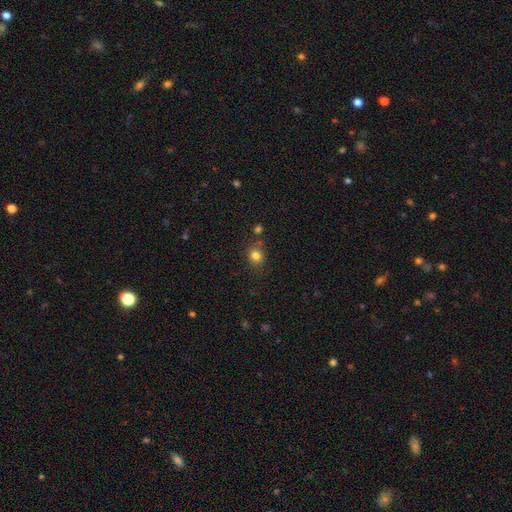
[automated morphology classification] Smooth or featured: smooth — 80% (star or artifact — 14%)
How rounded: round — 78% (in between — 21%)
Merging: none — 76% (minor disturbance — 12%)